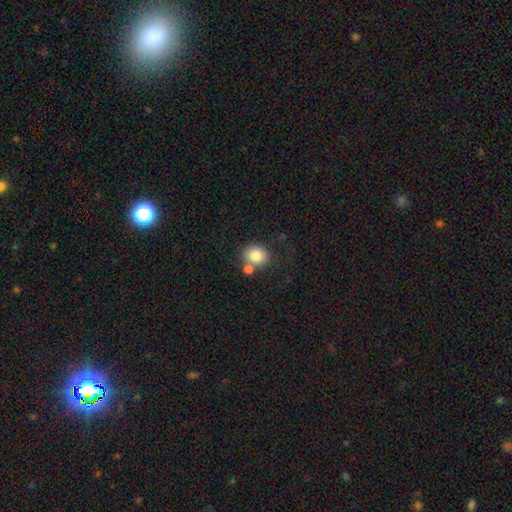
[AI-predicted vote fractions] Smooth or featured: smooth — 83% (star or artifact — 9%)
How rounded: round — 65% (in between — 34%)
Merging: none — 57% (merger — 25%)